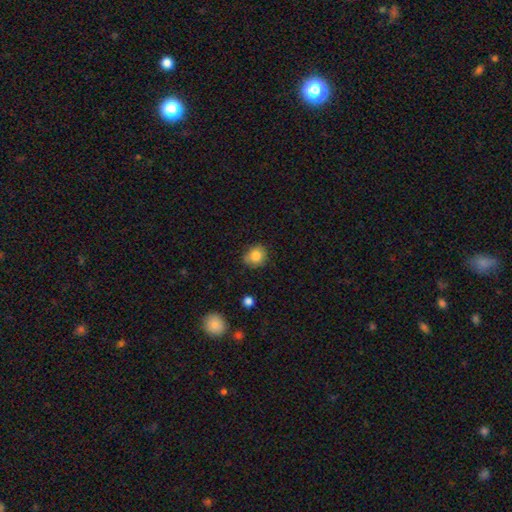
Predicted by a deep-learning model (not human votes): This appears to be a smooth galaxy with no disk features (82%) that is round (78%). Merging: none (75%).